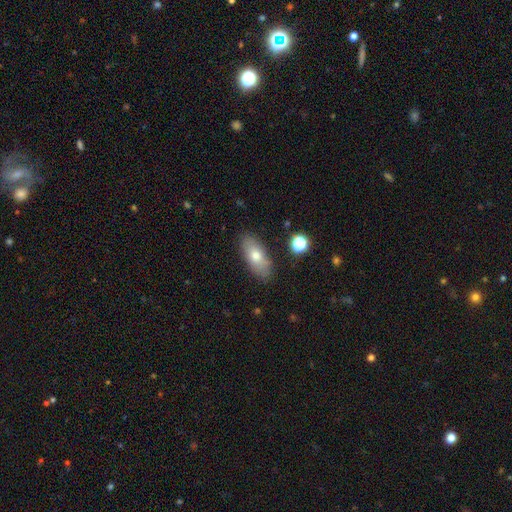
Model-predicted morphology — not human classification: Smooth or featured? smooth (72%)
How rounded? in between (82%)
Merging? none (85%)